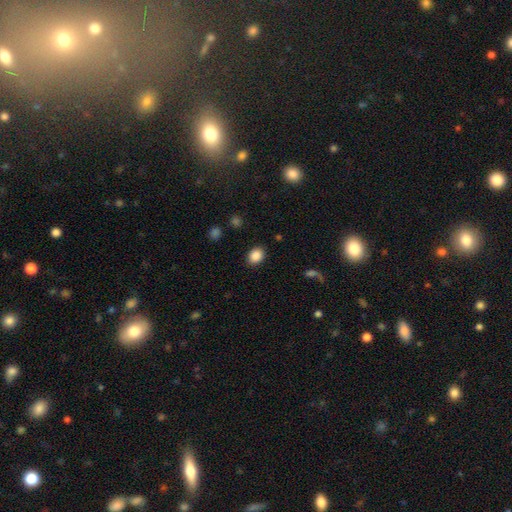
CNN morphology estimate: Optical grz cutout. It shows a smooth galaxy with no disk features (87%) that is in between round and cigar-shaped (52%). Merging: none (88%).